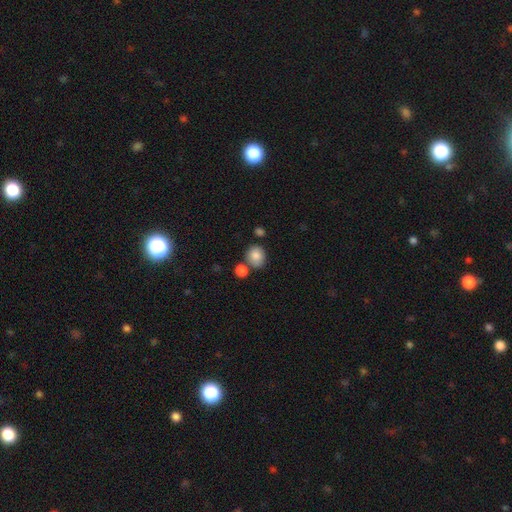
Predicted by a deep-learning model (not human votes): This appears to be a smooth galaxy with no disk features (85%) that is round (66%). Merging: none (66%).